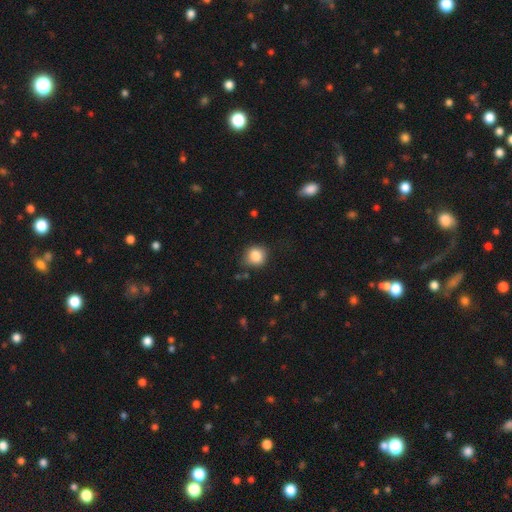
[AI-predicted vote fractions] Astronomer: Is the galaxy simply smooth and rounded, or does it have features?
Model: smooth — 85%.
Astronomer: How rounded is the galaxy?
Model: round — 83%.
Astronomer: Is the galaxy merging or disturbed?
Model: none — 79%.